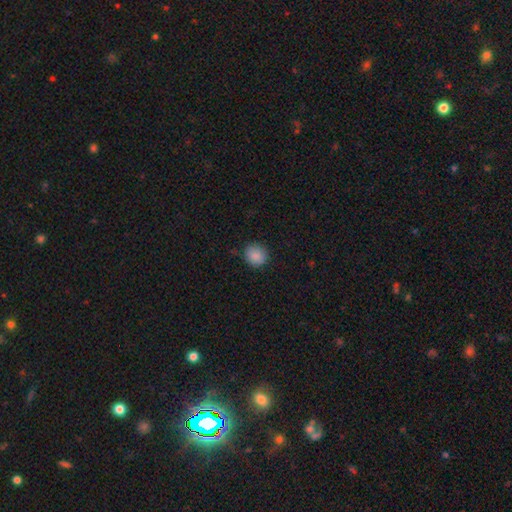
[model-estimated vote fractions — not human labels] A smooth galaxy with no disk features (87%) that is round (86%).

Vote fractions:
- Smooth or featured? smooth: 87% / star or artifact: 9% / featured or disk: 4%
- How rounded? round: 86% / in between: 13% / cigar-shaped: 1%
- Merging? none: 86% / minor disturbance: 10% / major disturbance: 2% / merger: 1%